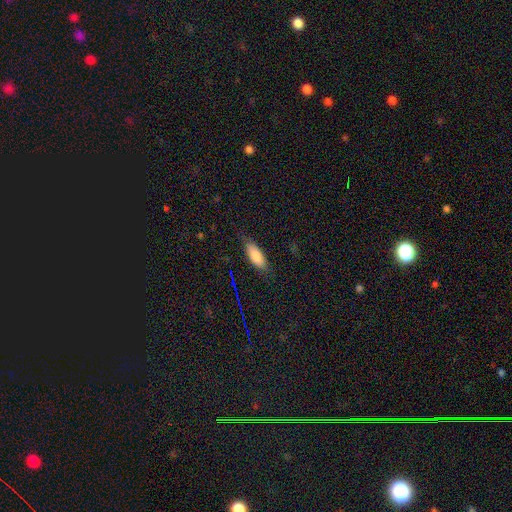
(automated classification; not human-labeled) Morphology: type=smooth (79%); roundness=in between (75%); merging=none (79%).